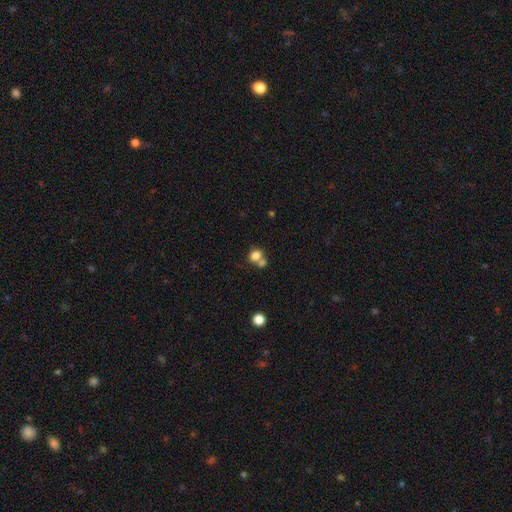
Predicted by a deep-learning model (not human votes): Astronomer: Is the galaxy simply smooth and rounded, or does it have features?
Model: smooth — 78%.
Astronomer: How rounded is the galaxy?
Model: in between — 50% (runner-up: round, 48%).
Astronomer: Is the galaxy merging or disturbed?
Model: merger — 50% (runner-up: none, 37%).